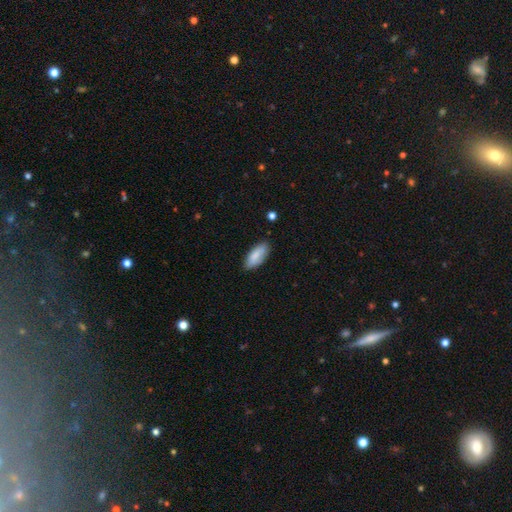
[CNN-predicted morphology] A smooth galaxy with no disk features (82%) that is in between round and cigar-shaped (85%). Merging: none (76%).